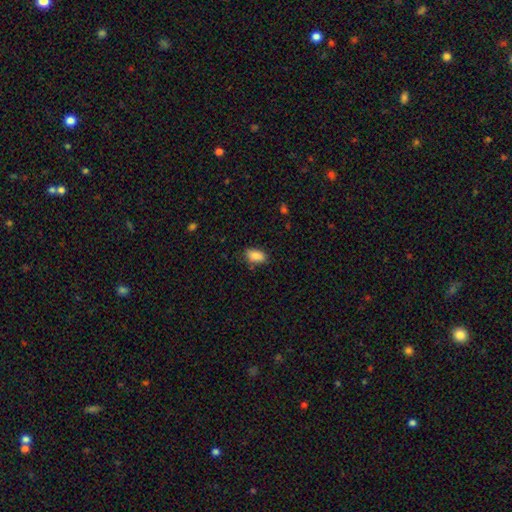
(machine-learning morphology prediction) smooth 85%, star or artifact 8%, featured or disk 7%. Down the decision tree: how rounded — in between (90%); merging — none (78%).